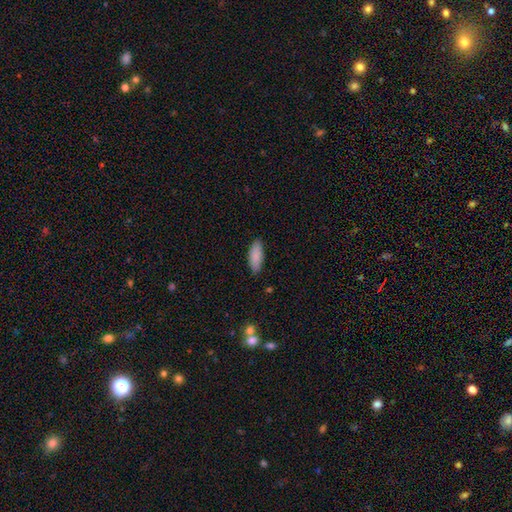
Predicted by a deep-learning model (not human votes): Morphology: type=smooth (88%); roundness=in between (75%); merging=none (86%).